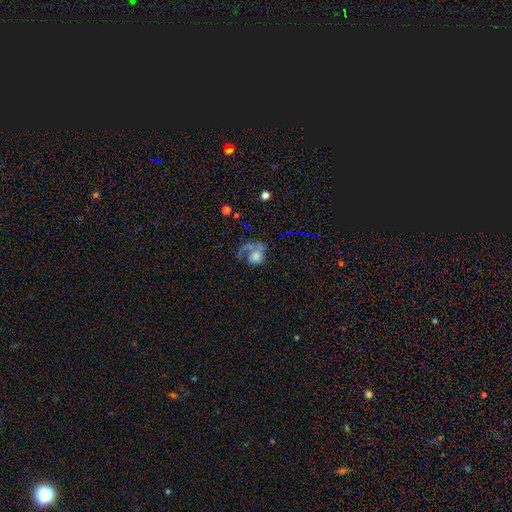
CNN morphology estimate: Overall: featured or disk (62%; smooth 28%). Edge-on disk: no (97%). Bar: no (79%). Spiral arms: yes (79%). Bulge size: moderate (38%; small 26%). Merging: major disturbance (44%; none 30%).